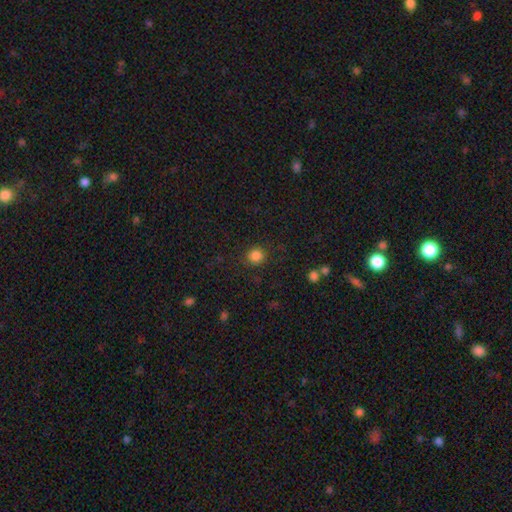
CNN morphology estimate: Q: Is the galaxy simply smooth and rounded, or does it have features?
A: smooth — 84%.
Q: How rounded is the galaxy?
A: round — 91%.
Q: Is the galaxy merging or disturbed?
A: none — 88%.